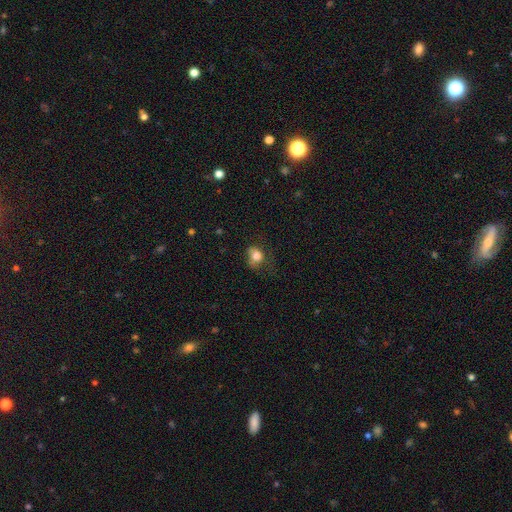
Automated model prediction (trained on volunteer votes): Smooth or featured?
  - smooth: 78% *
  - featured or disk: 12%
  - star or artifact: 10%
How rounded?
  - round: 53% *
  - in between: 46%
  - cigar-shaped: 1%
Merging?
  - none: 40% *
  - minor disturbance: 32%
  - major disturbance: 25%
  - merger: 3%